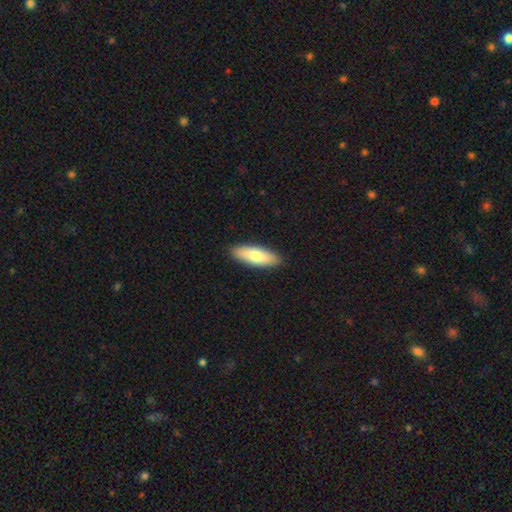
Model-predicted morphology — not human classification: smooth_or_featured: smooth (p=0.76) [alt: featured or disk p=0.19]
how_rounded: in between (p=0.65) [alt: cigar-shaped p=0.33]
merging: none (p=0.90) [alt: minor disturbance p=0.08]